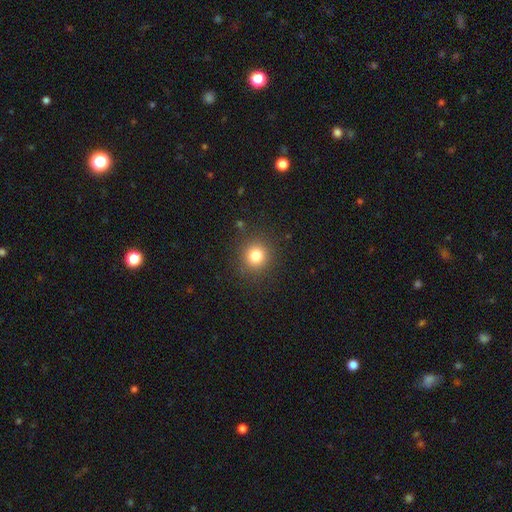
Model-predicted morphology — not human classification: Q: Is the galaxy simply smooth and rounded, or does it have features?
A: smooth — 81%.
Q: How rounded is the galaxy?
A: round — 91%.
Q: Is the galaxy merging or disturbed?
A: none — 89%.